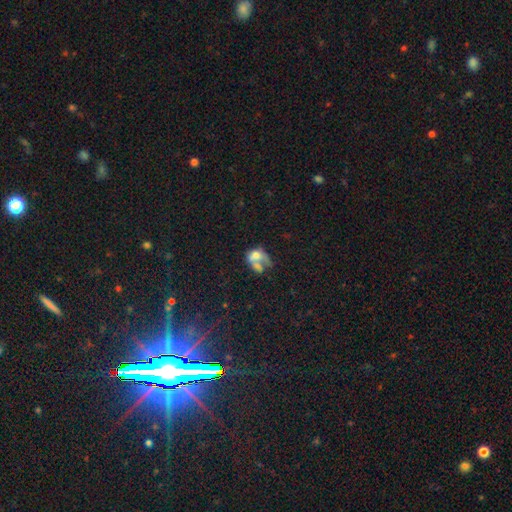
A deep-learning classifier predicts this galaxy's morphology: Smooth or featured?
  - smooth: 51% *
  - featured or disk: 35%
  - star or artifact: 14%
How rounded?
  - in between: 66% *
  - round: 32%
  - cigar-shaped: 2%
Merging?
  - merger: 49% *
  - major disturbance: 23%
  - none: 17%
  - minor disturbance: 11%